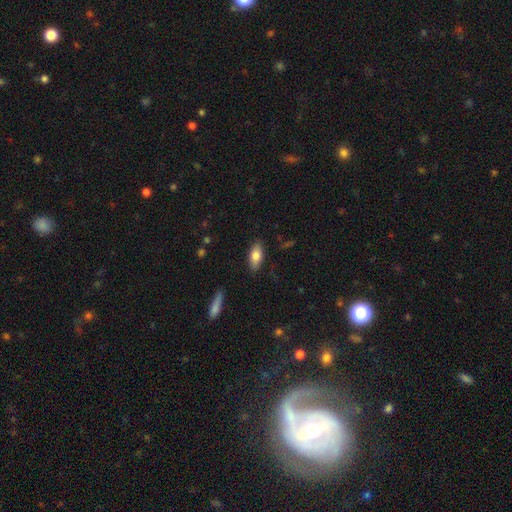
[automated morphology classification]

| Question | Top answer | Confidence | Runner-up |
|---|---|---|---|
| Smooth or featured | smooth | 77% | featured or disk (16%) |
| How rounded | in between | 84% | cigar-shaped (13%) |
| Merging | none | 85% | minor disturbance (11%) |